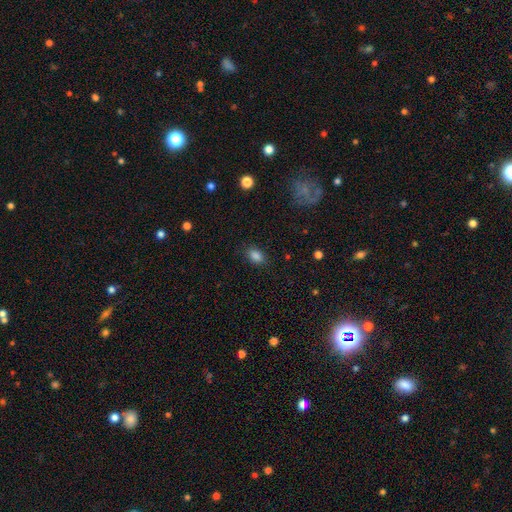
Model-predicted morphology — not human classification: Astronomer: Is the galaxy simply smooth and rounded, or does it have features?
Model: smooth — 86%.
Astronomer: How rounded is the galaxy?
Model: in between — 83%.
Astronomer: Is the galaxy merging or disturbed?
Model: none — 84%.